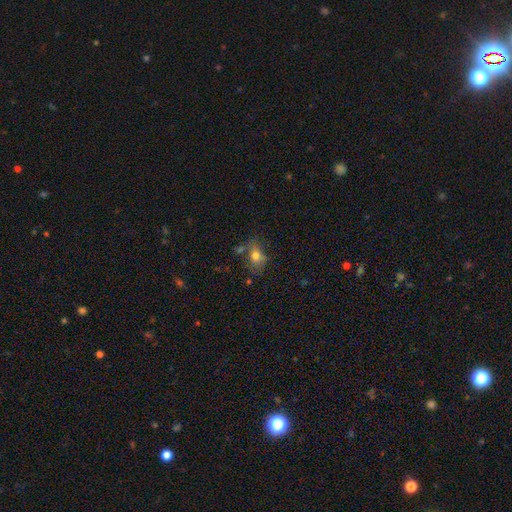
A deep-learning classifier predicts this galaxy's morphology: Overall: smooth (74%). How rounded: in between (70%). Merging: none (56%; minor disturbance 23%).